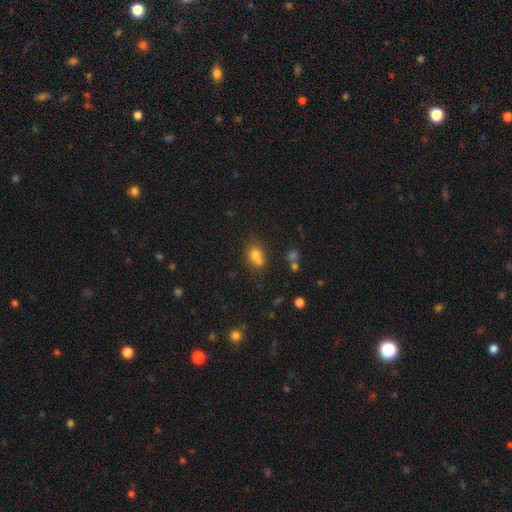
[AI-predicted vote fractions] Q: Smooth or featured?
A: smooth (73%); runner-up: star or artifact (14%)
Q: How rounded?
A: in between (54%); runner-up: round (44%)
Q: Merging?
A: merger (41%); runner-up: none (39%)